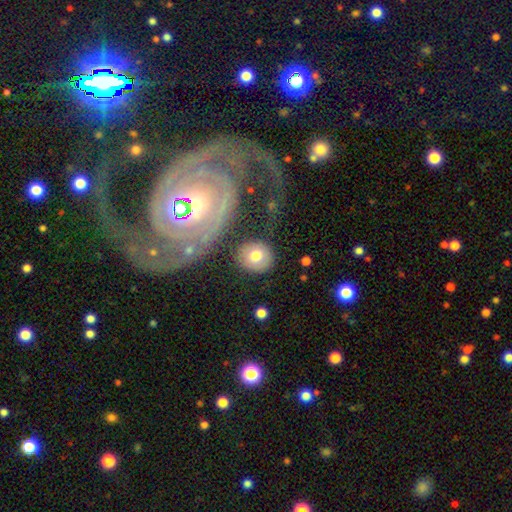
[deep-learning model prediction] smooth-or-featured: smooth: 73% | featured or disk: 19% | star or artifact: 8%
  how-rounded: round: 80% | in between: 18% | cigar-shaped: 1%
  merging: none: 81% | minor disturbance: 11% | merger: 5% | major disturbance: 4%